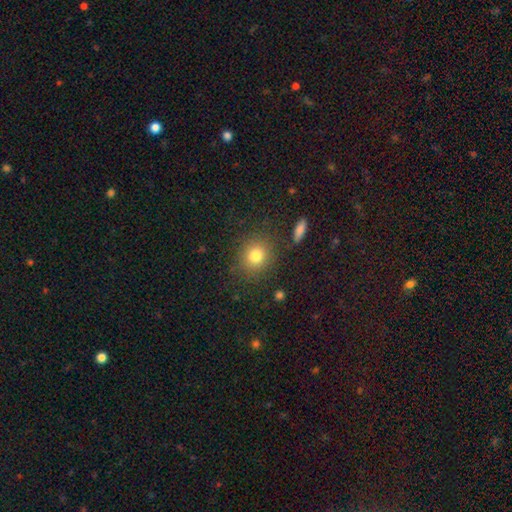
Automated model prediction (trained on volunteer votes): Smooth or featured: smooth — 80% (star or artifact — 12%)
How rounded: round — 80% (in between — 19%)
Merging: none — 84% (minor disturbance — 10%)